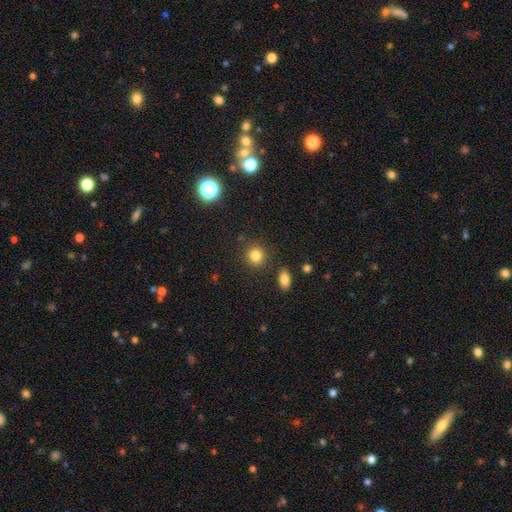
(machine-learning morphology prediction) The model was most divided on "smooth or featured": smooth: 83%, star or artifact: 11%, featured or disk: 6%. More confident: how rounded — round (87%); merging — none (86%).